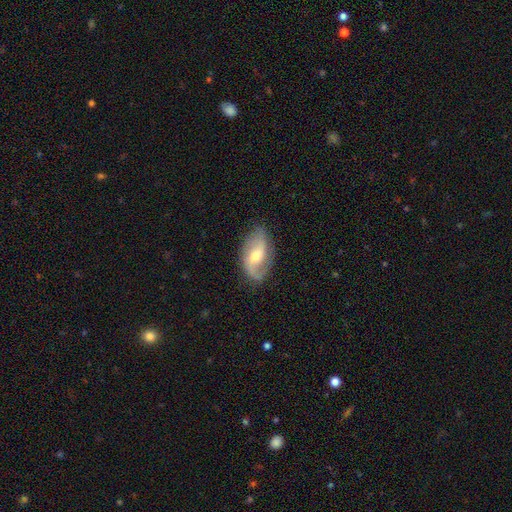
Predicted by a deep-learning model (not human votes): The model was most divided on "bar": weak: 46%, no: 37%, strong: 17%. More confident: edge-on disk — no (96%); spiral arms — yes (93%); spiral arm count — 2 (81%); smooth or featured — featured or disk (79%); merging — none (74%); bulge size — moderate (57%); spiral winding — loose (50%).